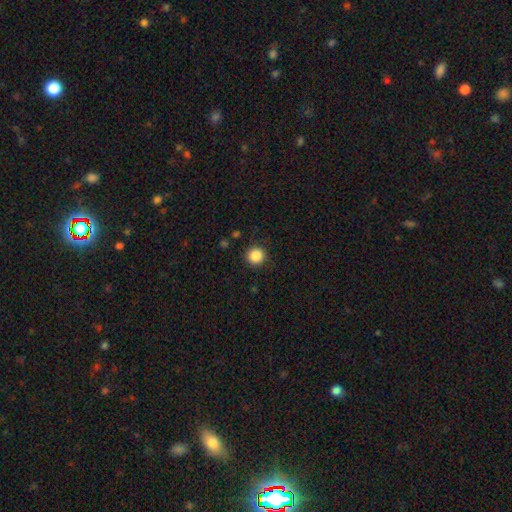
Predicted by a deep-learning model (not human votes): Smooth or featured? Predicted: smooth (p=0.86). How rounded? Predicted: round (p=0.95). Merging? Predicted: none (p=0.89).